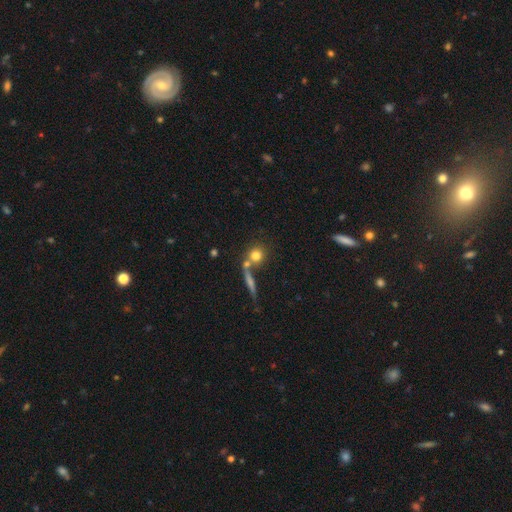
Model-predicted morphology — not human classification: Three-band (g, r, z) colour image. It shows a smooth galaxy with no disk features (74%) that is round (84%). Merging: none (56%).